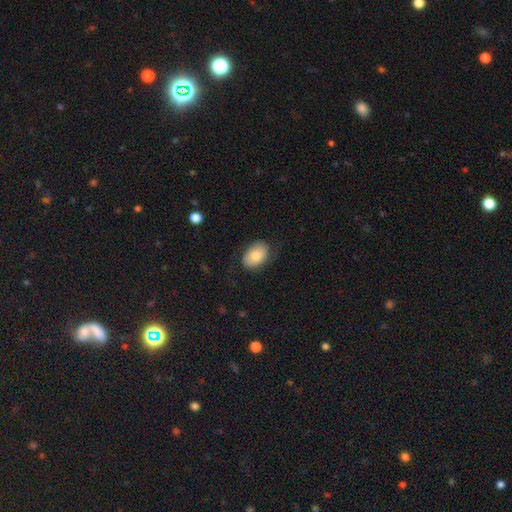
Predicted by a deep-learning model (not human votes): smooth_or_featured: smooth (p=0.79) [alt: featured or disk p=0.14]
how_rounded: in between (p=0.86) [alt: round p=0.13]
merging: none (p=0.72) [alt: minor disturbance p=0.20]